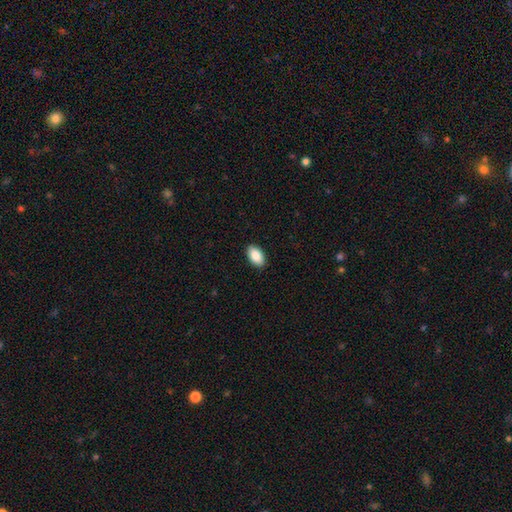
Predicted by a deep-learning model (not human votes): This appears to be a smooth galaxy with no disk features (88%) that is in between round and cigar-shaped (94%). Merging: none (90%).